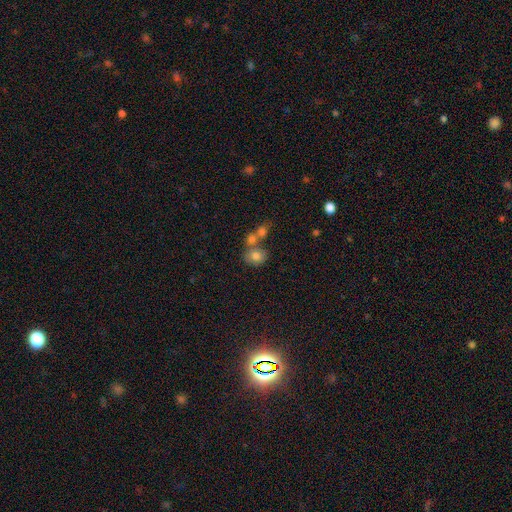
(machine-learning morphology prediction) This appears to be a smooth galaxy with no disk features (75%) that is round (70%). Merging: merger (42%, tied with none).